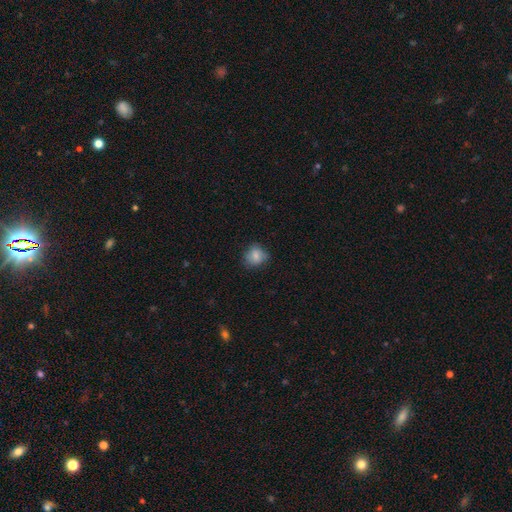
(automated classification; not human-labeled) A smooth galaxy with no disk features (81%) that is round (73%). Merging: none (72%).